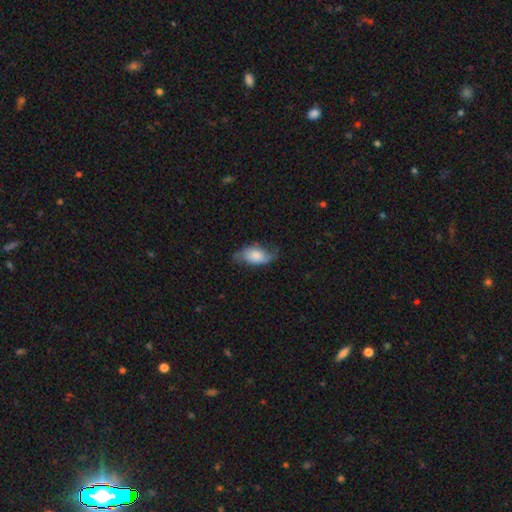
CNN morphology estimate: A smooth galaxy with no disk features (60%) that is in between round and cigar-shaped (90%).

Vote fractions:
- Smooth or featured? smooth: 60% / featured or disk: 33% / star or artifact: 7%
- How rounded? in between: 90% / cigar-shaped: 5% / round: 5%
- Merging? none: 58% / minor disturbance: 29% / major disturbance: 12% / merger: 1%